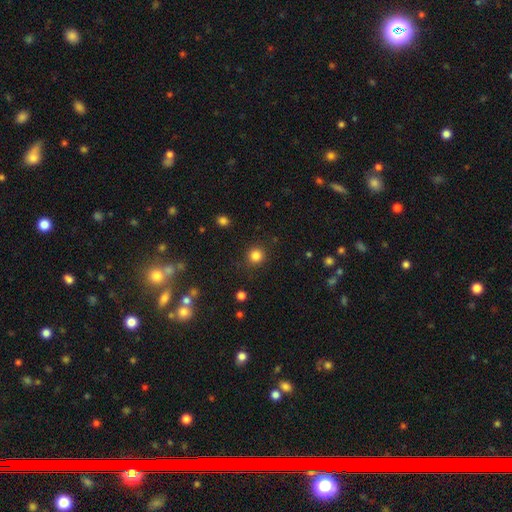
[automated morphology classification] A smooth galaxy with no disk features (84%) that is round (93%). Merging: none (89%).